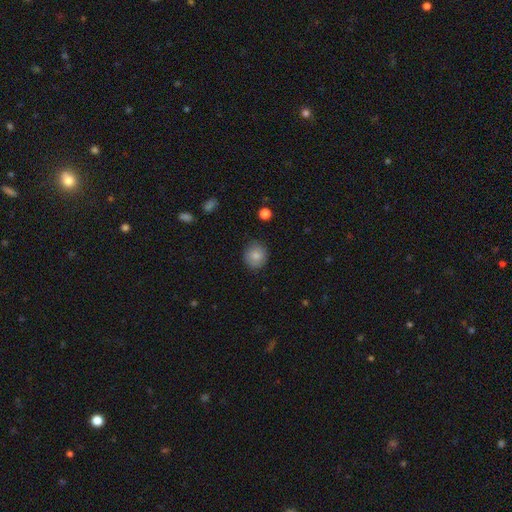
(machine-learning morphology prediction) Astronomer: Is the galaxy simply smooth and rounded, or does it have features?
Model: smooth — 84%.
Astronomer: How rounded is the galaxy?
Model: round — 86%.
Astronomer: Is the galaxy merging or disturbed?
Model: none — 85%.